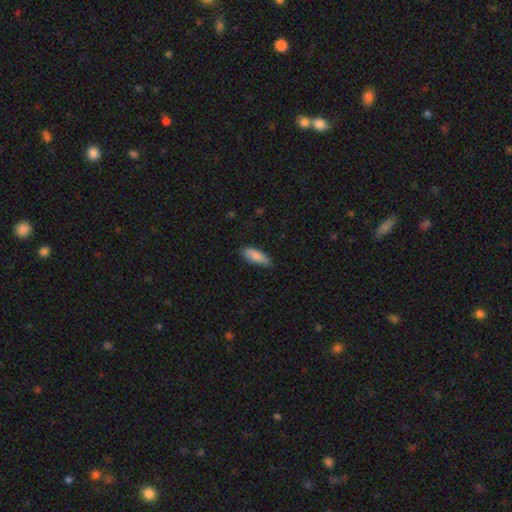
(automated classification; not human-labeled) A smooth galaxy with no disk features (83%) that is in between round and cigar-shaped (77%). Merging: none (75%).